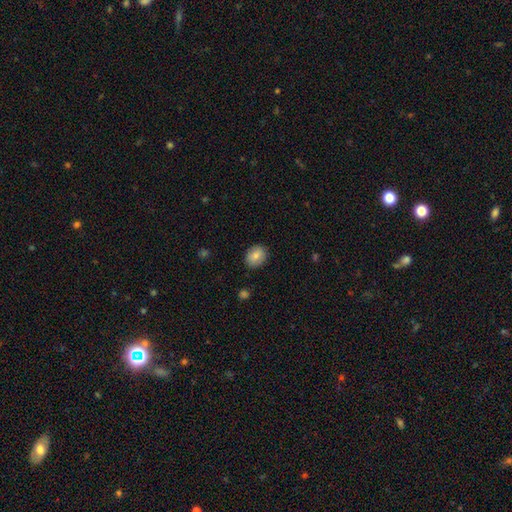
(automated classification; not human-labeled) The model was most divided on "how rounded": round: 53%, in between: 46%, cigar-shaped: 1%. More confident: merging — none (86%); smooth or featured — smooth (81%).